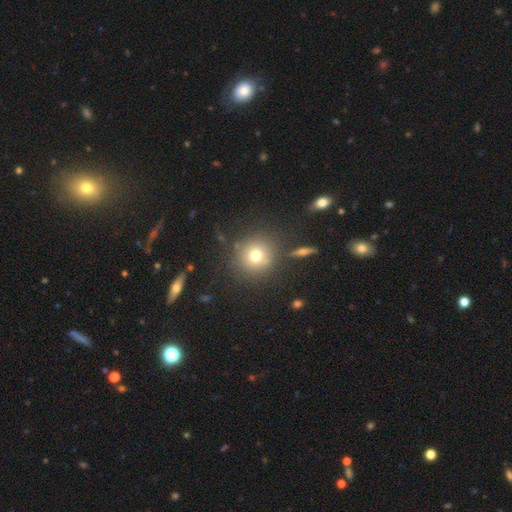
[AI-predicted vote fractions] smooth 72%, star or artifact 15%, featured or disk 12%. Down the decision tree: how rounded — round (92%); merging — none (82%).